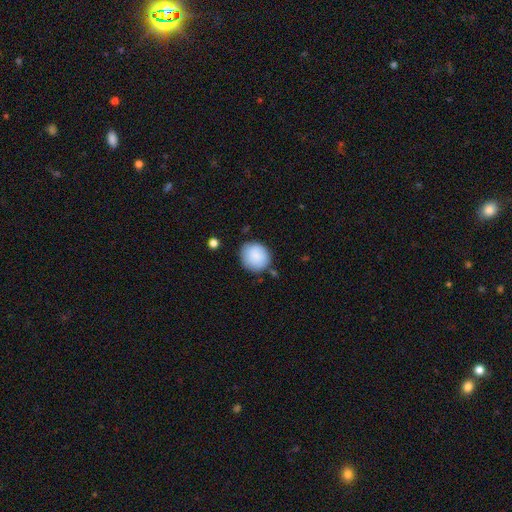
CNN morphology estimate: A smooth galaxy with no disk features (88%) that is round (87%). Merging: none (80%).